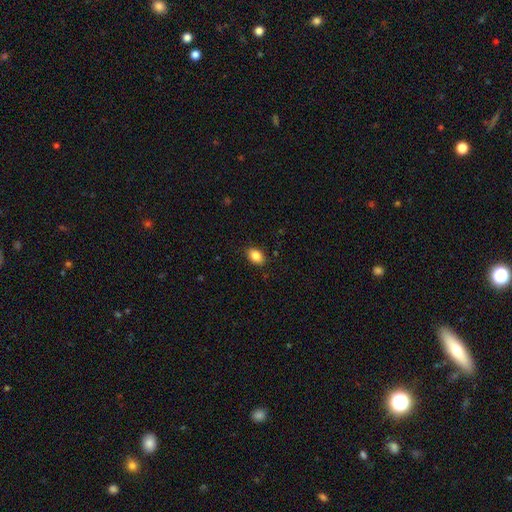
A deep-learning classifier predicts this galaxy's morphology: Q: Smooth or featured?
A: smooth (86%); runner-up: star or artifact (8%)
Q: How rounded?
A: in between (84%); runner-up: round (15%)
Q: Merging?
A: none (88%); runner-up: minor disturbance (9%)